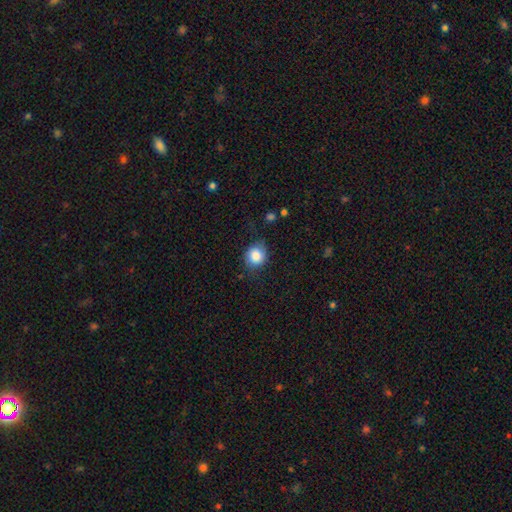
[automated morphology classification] This is clearly a smooth galaxy (83%). How rounded: likely round (78%). Merging: likely none (71%).